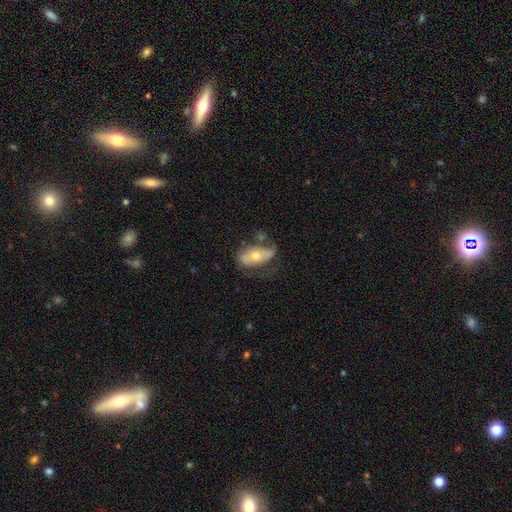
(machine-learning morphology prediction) Overall: smooth (50%; featured or disk 43%). How rounded: in between (85%). Merging: none (49%; minor disturbance 28%).